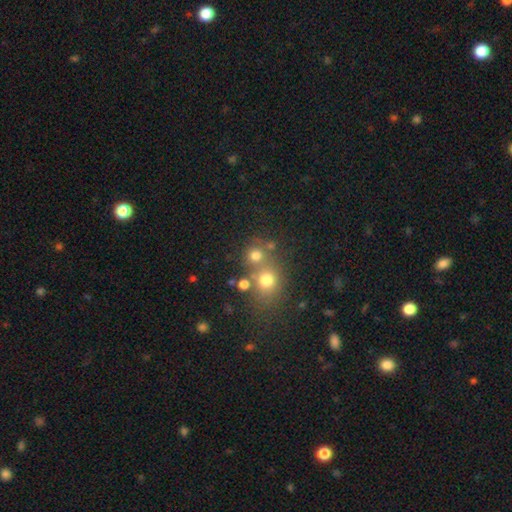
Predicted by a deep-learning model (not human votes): Smooth or featured: smooth — 71% (star or artifact — 18%)
How rounded: round — 84% (in between — 15%)
Merging: none — 56% (merger — 31%)